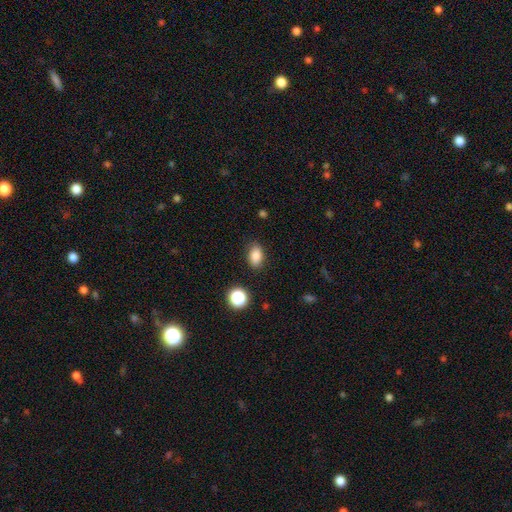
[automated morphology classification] Overall: smooth (85%). How rounded: in between (84%). Merging: none (85%).